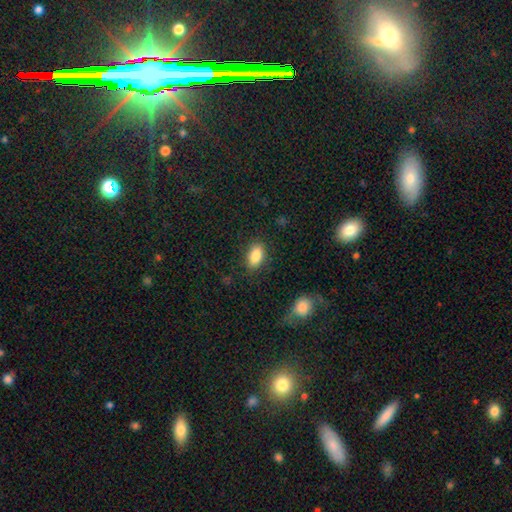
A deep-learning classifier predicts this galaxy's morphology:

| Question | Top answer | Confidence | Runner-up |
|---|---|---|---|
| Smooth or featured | smooth | 87% | star or artifact (8%) |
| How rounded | in between | 91% | round (5%) |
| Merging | none | 85% | minor disturbance (10%) |